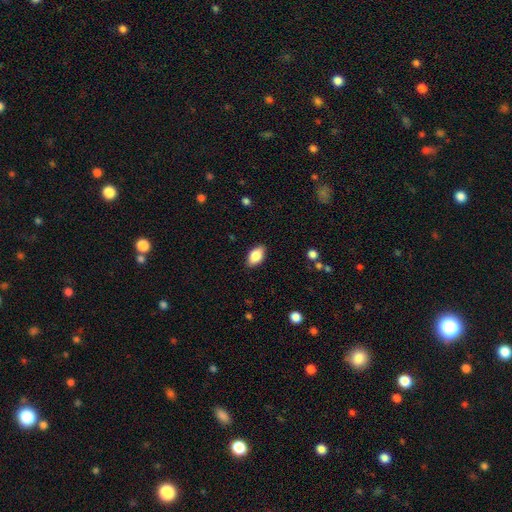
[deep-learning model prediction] The model was most divided on "smooth or featured": smooth: 85%, featured or disk: 8%, star or artifact: 7%. More confident: how rounded — in between (92%); merging — none (87%).